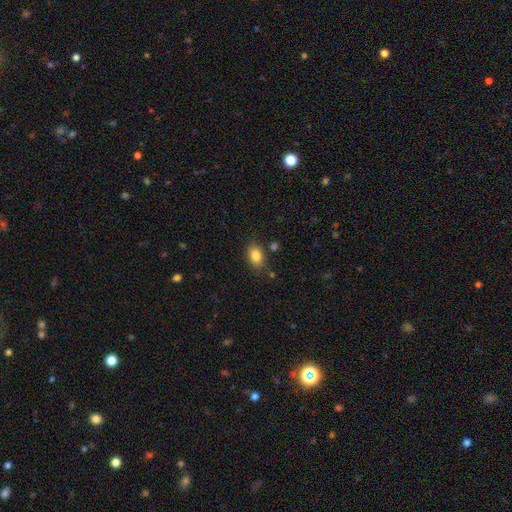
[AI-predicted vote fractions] The model was most divided on "how rounded": in between: 81%, round: 17%, cigar-shaped: 1%. More confident: smooth or featured — smooth (85%); merging — none (81%).